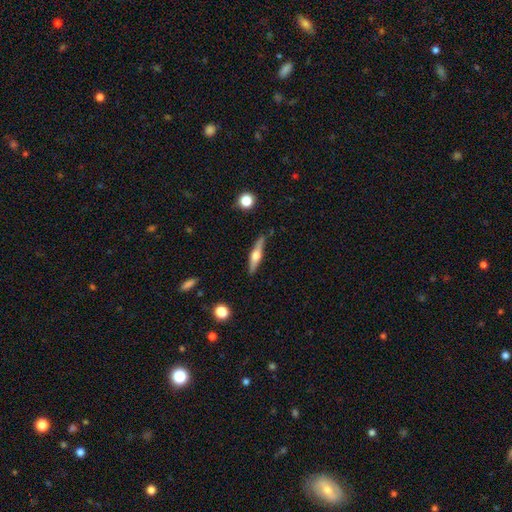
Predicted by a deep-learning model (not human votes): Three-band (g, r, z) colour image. It shows a featured or disk galaxy (63%) viewed edge-on (96%) with a rounded central bulge (92%). Merging: none (84%).